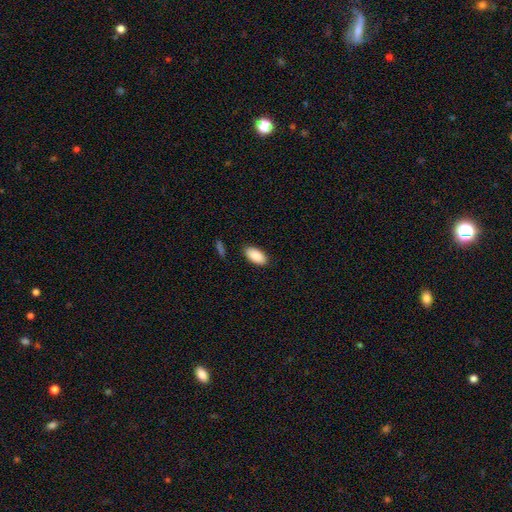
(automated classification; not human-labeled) Smooth or featured? Predicted: smooth (p=0.90). How rounded? Predicted: in between (p=0.94). Merging? Predicted: none (p=0.88).